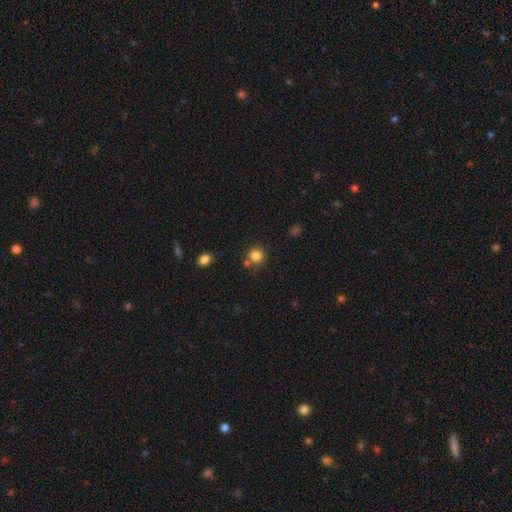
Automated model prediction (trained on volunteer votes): smooth_or_featured: smooth (p=0.83) [alt: star or artifact p=0.12]
how_rounded: round (p=0.91) [alt: in between p=0.08]
merging: none (p=0.72) [alt: merger p=0.15]